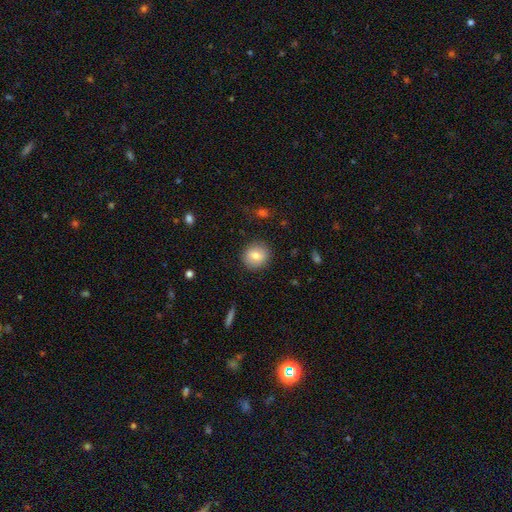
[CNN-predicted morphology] Overall: smooth (77%). How rounded: round (86%). Merging: none (88%).